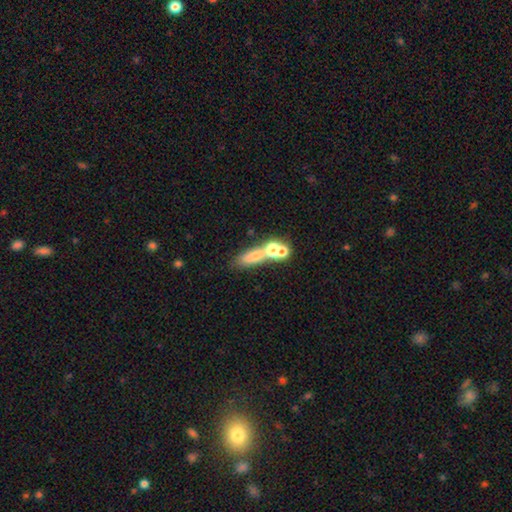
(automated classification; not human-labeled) This appears to be a smooth galaxy with no disk features (58%) that is in between round and cigar-shaped (41%). Merging: none (45%).